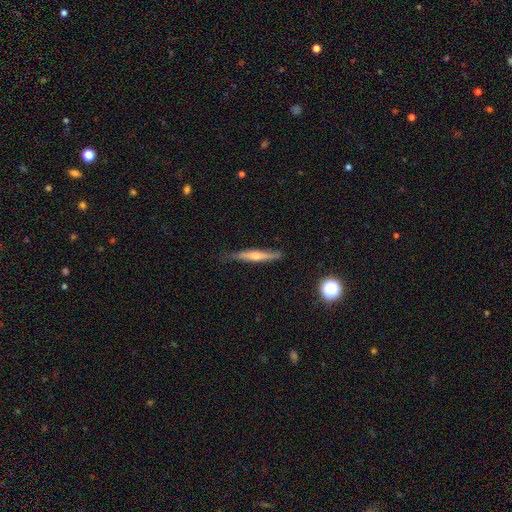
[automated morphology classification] type=featured or disk (60%); edge-on=yes (95%); edge-on bulge=rounded (81%); merging=none (80%).